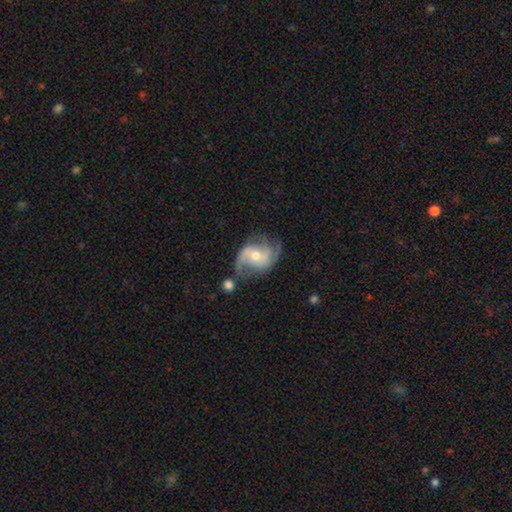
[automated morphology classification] Smooth or featured?
  - featured or disk: 87% *
  - smooth: 8%
  - star or artifact: 6%
Edge-on disk?
  - no: 97% *
  - yes: 3%
Bar?
  - no: 51% *
  - weak: 38%
  - strong: 11%
Spiral arms?
  - yes: 96% *
  - no: 4%
Spiral winding?
  - medium: 49% *
  - loose: 30%
  - tight: 21%
Spiral arm count?
  - 2: 71% *
  - 3: 13%
  - can't tell: 7%
  - 1: 3%
  - 4: 3%
  - more than 4: 2%
Bulge size?
  - moderate: 65% *
  - small: 29%
  - large: 4%
  - none: 1%
  - dominant: 1%
Merging?
  - none: 63% *
  - minor disturbance: 21%
  - major disturbance: 11%
  - merger: 5%